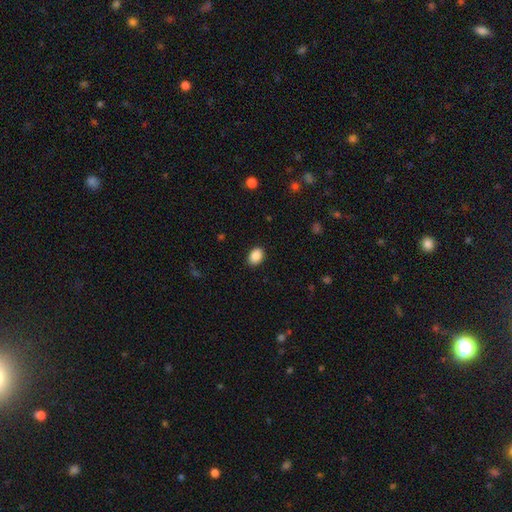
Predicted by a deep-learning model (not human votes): smooth-or-featured: smooth: 89% | star or artifact: 8% | featured or disk: 3%
  how-rounded: in between: 75% | round: 25% | cigar-shaped: 1%
  merging: none: 89% | minor disturbance: 8% | major disturbance: 2% | merger: 1%